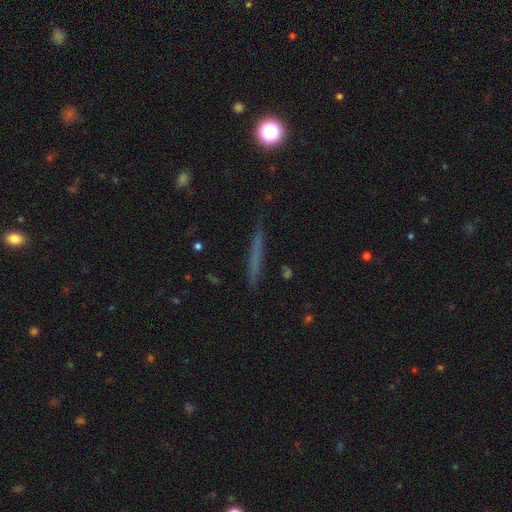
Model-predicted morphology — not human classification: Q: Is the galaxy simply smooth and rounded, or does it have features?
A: smooth — 53%.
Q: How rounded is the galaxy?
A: cigar-shaped — 94%.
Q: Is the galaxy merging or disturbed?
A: none — 88%.